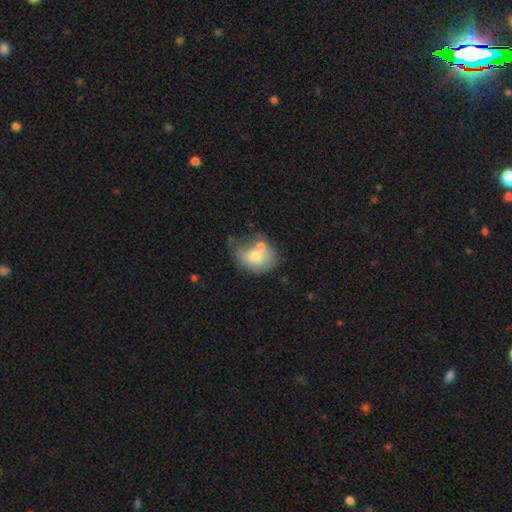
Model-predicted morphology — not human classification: This appears to be a smooth galaxy with no disk features (63%) that is in between round and cigar-shaped (57%). Merging: merger (34%).